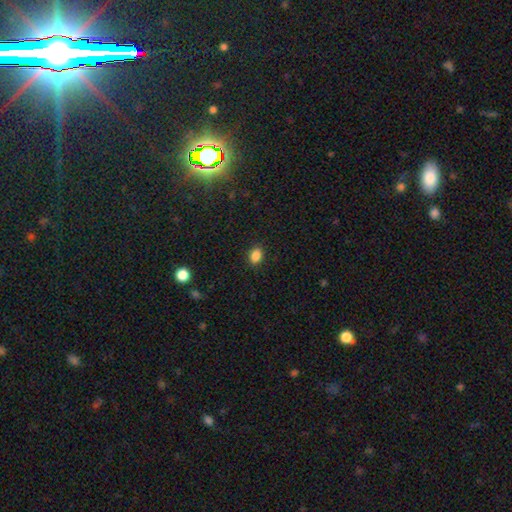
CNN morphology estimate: Overall: smooth (86%). How rounded: in between (75%). Merging: none (88%).